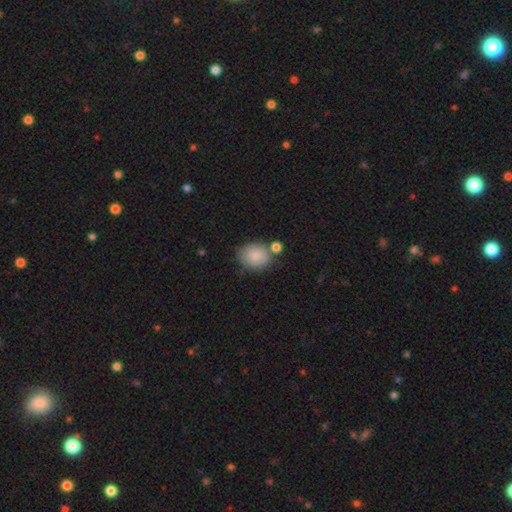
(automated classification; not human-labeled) A smooth galaxy with no disk features (85%) that is round (50%). Merging: none (64%).